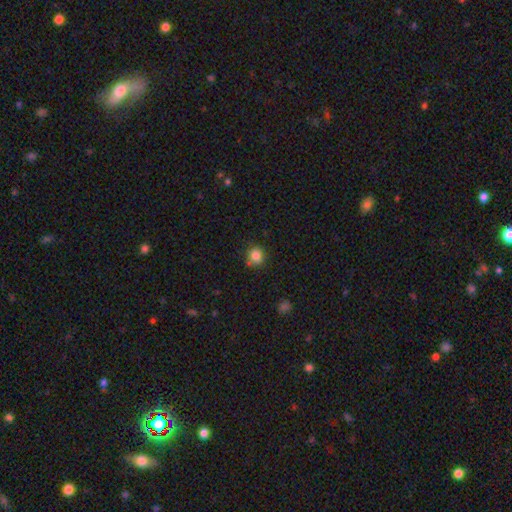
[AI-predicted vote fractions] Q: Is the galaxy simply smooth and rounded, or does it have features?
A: smooth — 83%.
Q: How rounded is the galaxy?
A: round — 88%.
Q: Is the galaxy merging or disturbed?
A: none — 77%.